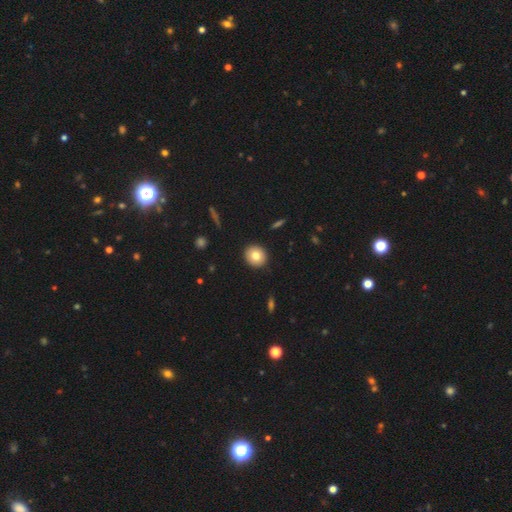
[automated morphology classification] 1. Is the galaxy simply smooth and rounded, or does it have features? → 79% smooth, 13% featured or disk, 9% star or artifact.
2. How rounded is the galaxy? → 87% round, 12% in between, 1% cigar-shaped.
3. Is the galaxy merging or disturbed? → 92% none, 5% minor disturbance, 2% major disturbance, 1% merger.